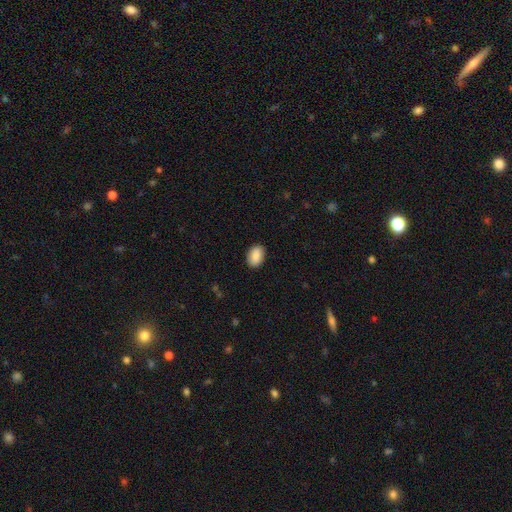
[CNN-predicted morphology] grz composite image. It shows a smooth galaxy with no disk features (89%) that is in between round and cigar-shaped (86%). Merging: none (89%).